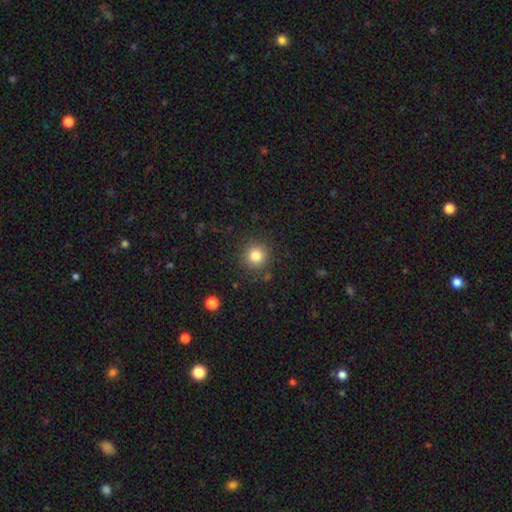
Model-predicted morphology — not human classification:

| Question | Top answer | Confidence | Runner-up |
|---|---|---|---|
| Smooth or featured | smooth | 83% | star or artifact (11%) |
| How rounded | round | 94% | in between (5%) |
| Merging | none | 88% | minor disturbance (7%) |